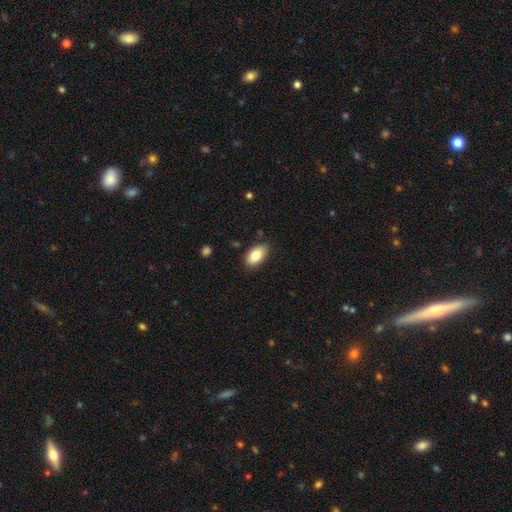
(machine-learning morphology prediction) A smooth galaxy with no disk features (83%) that is in between round and cigar-shaped (93%).

Vote fractions:
- Smooth or featured? smooth: 83% / featured or disk: 10% / star or artifact: 7%
- How rounded? in between: 93% / round: 5% / cigar-shaped: 2%
- Merging? none: 82% / minor disturbance: 14% / major disturbance: 3% / merger: 1%